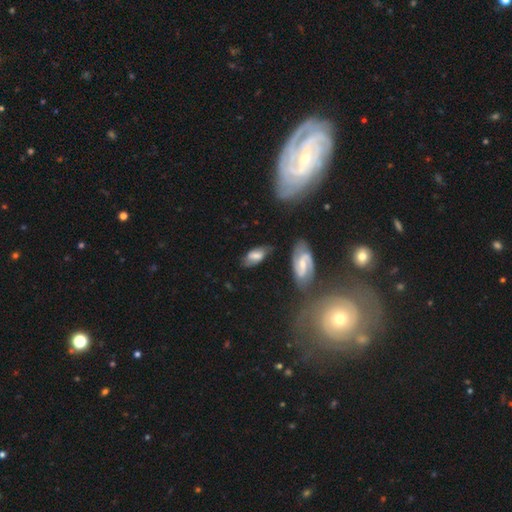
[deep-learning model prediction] smooth-or-featured: smooth: 51% | featured or disk: 40% | star or artifact: 9%
  how-rounded: in between: 88% | cigar-shaped: 8% | round: 4%
  merging: none: 62% | minor disturbance: 24% | major disturbance: 9% | merger: 6%